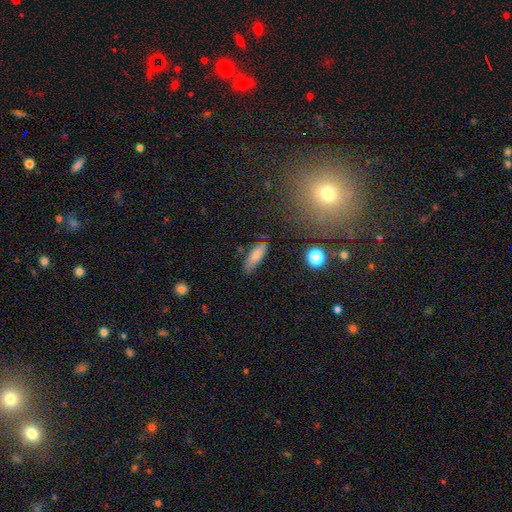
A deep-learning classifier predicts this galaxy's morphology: smooth_or_featured: smooth (p=0.77) [alt: featured or disk p=0.14]
how_rounded: in between (p=0.54) [alt: cigar-shaped p=0.43]
merging: none (p=0.77) [alt: minor disturbance p=0.16]